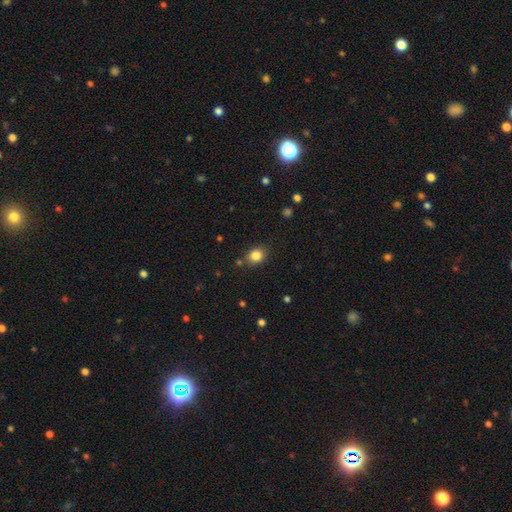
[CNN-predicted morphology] smooth-or-featured: smooth: 84% | star or artifact: 11% | featured or disk: 5%
  how-rounded: round: 56% | in between: 43% | cigar-shaped: 1%
  merging: none: 81% | minor disturbance: 11% | merger: 4% | major disturbance: 3%